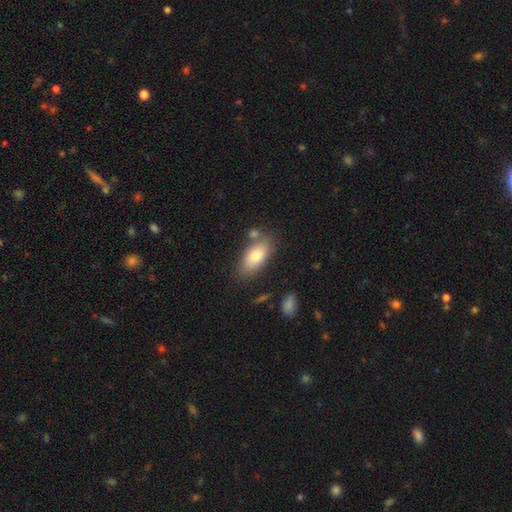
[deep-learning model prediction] A smooth galaxy with no disk features (78%) that is in between round and cigar-shaped (89%). Merging: none (71%).